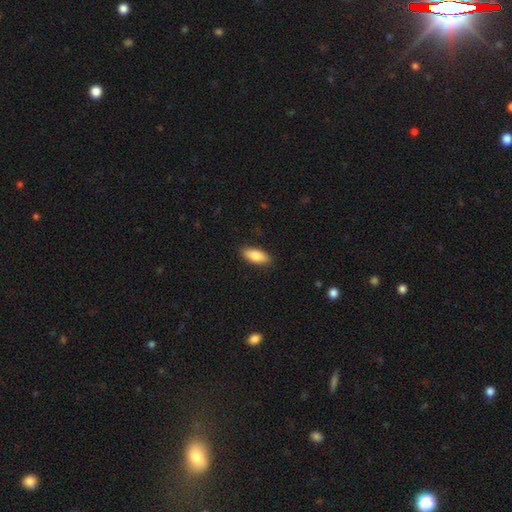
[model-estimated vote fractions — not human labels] This is clearly a smooth galaxy (85%). How rounded: clearly in between (85%). Merging: clearly none (89%).